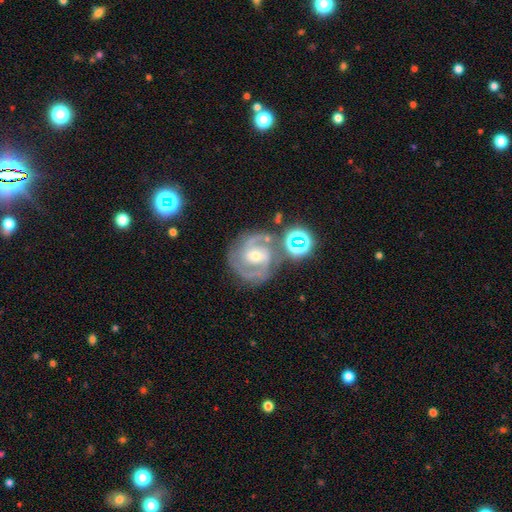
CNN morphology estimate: smooth-or-featured: featured or disk: 85% | star or artifact: 8% | smooth: 7%
  disk-edge-on: no: 97% | yes: 3%
    bar: weak: 44% | no: 34% | strong: 22%
    has-spiral-arms: yes: 96% | no: 4%
      spiral-winding: medium: 48% | tight: 44% | loose: 8%
      spiral-arm-count: 2: 68% | 3: 16% | can't tell: 9% | 1: 3% | 4: 3% | more than 4: 2%
    bulge-size: small: 50% | moderate: 45% | large: 2% | none: 1% | dominant: 1%
  merging: none: 66% | minor disturbance: 16% | merger: 10% | major disturbance: 8%